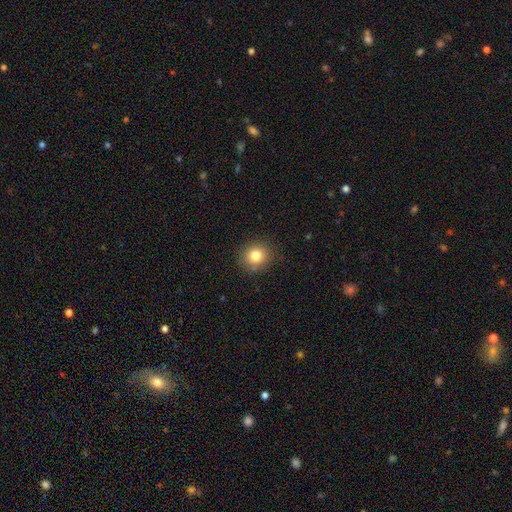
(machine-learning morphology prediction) Q: Smooth or featured?
A: smooth (81%); runner-up: star or artifact (11%)
Q: How rounded?
A: round (84%); runner-up: in between (15%)
Q: Merging?
A: none (88%); runner-up: minor disturbance (8%)